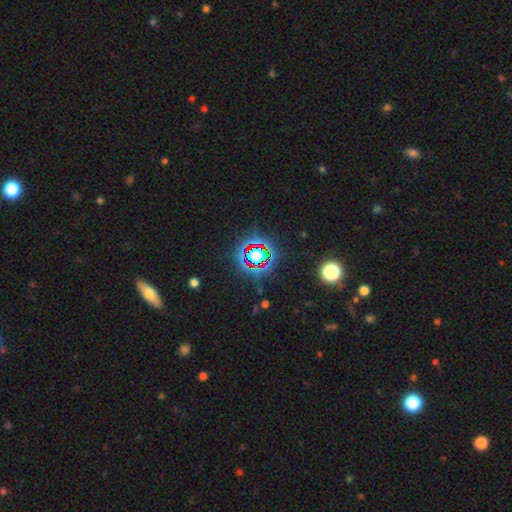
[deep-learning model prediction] smooth-or-featured: star or artifact: 69% | smooth: 20% | featured or disk: 11%